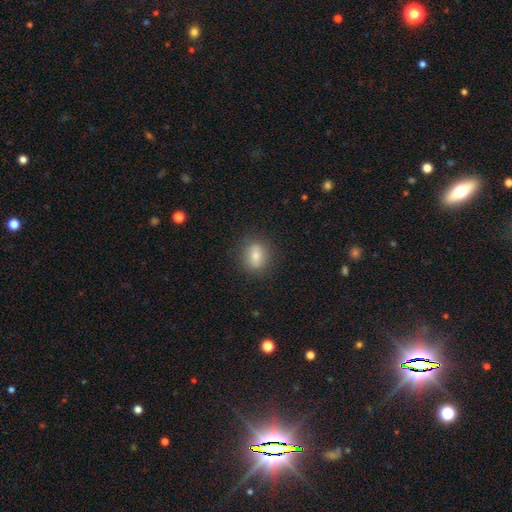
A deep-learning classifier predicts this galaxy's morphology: Smooth or featured? smooth (77%)
How rounded? in between (50%)
Merging? none (84%)